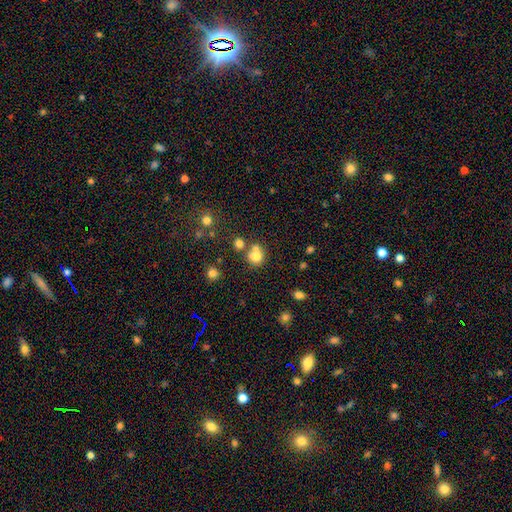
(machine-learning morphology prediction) A smooth galaxy with no disk features (70%) that is round (75%). Merging: merger (44%).